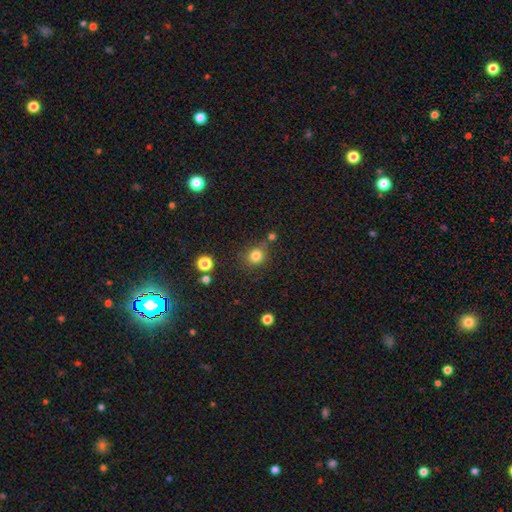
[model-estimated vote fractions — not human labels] smooth_or_featured: smooth (p=0.81) [alt: star or artifact p=0.13]
how_rounded: round (p=0.83) [alt: in between p=0.16]
merging: none (p=0.71) [alt: minor disturbance p=0.15]